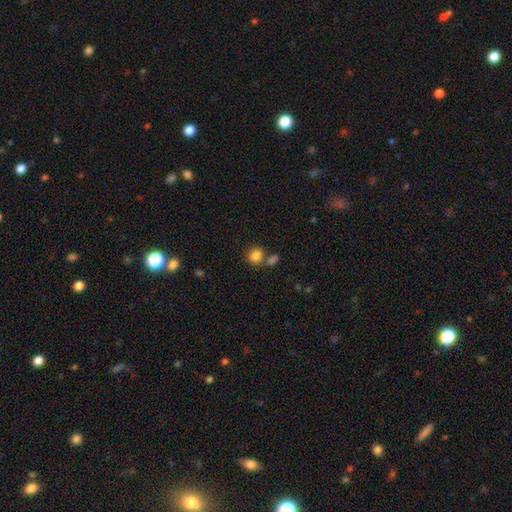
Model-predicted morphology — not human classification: A smooth galaxy with no disk features (85%) that is round (68%). Merging: none (60%).